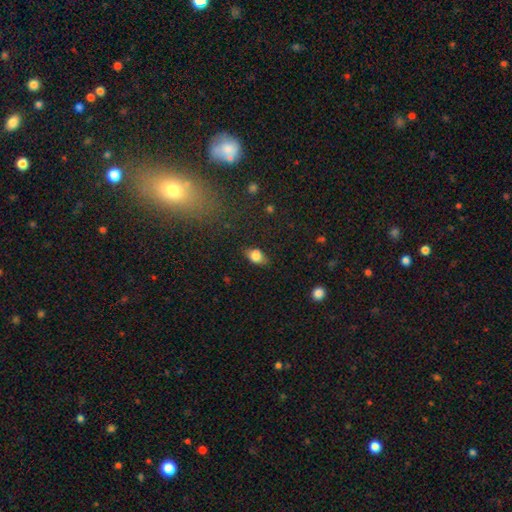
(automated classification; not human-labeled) Smooth or featured? smooth (80%)
How rounded? in between (80%)
Merging? none (74%)